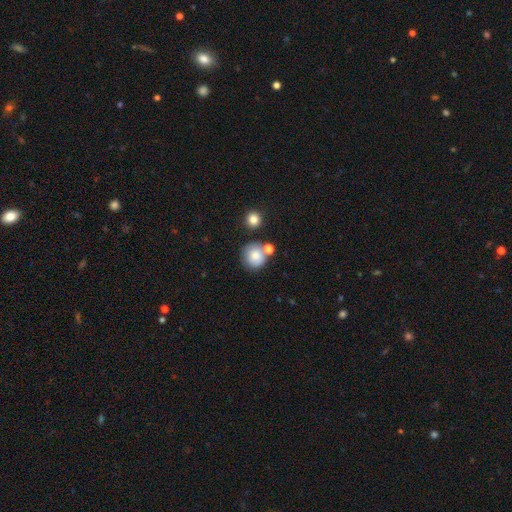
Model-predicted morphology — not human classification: type=smooth (78%); roundness=round (89%); merging=none (64%).